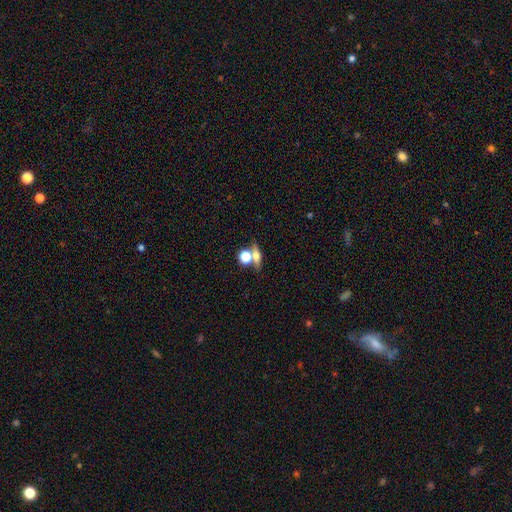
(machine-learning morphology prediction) Smooth or featured? Predicted: smooth (p=0.50). How rounded? Predicted: in between (p=0.35, tied with round). Merging? Predicted: none (p=0.57).